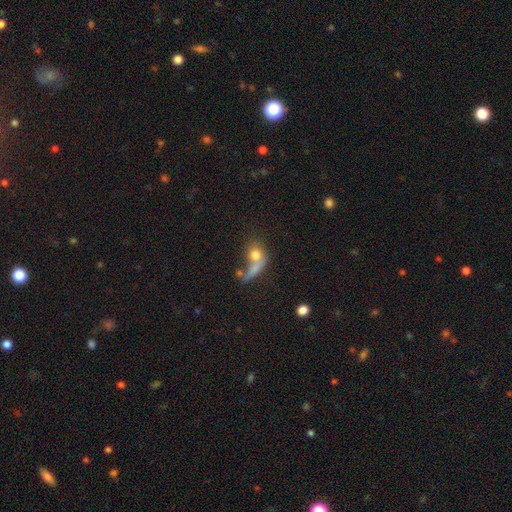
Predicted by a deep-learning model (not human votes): Q: Smooth or featured?
A: smooth (69%); runner-up: featured or disk (20%)
Q: How rounded?
A: round (52%); runner-up: in between (41%)
Q: Merging?
A: merger (41%); runner-up: none (27%)